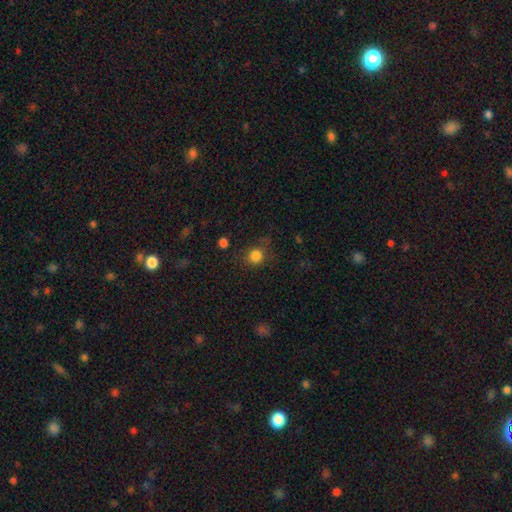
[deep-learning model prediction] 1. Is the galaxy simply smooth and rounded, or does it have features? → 83% smooth, 12% star or artifact, 5% featured or disk.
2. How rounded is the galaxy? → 88% round, 11% in between, 1% cigar-shaped.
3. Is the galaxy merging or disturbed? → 75% none, 16% minor disturbance, 7% major disturbance, 3% merger.